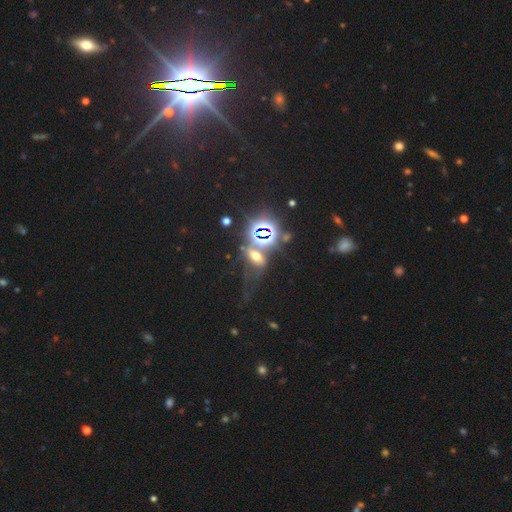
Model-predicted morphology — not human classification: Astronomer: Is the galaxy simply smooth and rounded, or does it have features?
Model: star or artifact — 46% (runner-up: smooth, 33%).